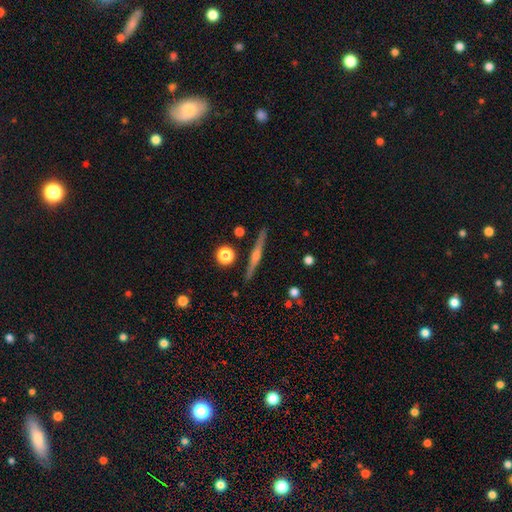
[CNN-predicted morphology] Q: Smooth or featured?
A: featured or disk (78%); runner-up: smooth (15%)
Q: Edge-on disk?
A: yes (98%); runner-up: no (2%)
Q: Edge-on bulge?
A: rounded (84%); runner-up: none (9%)
Q: Merging?
A: none (91%); runner-up: minor disturbance (6%)